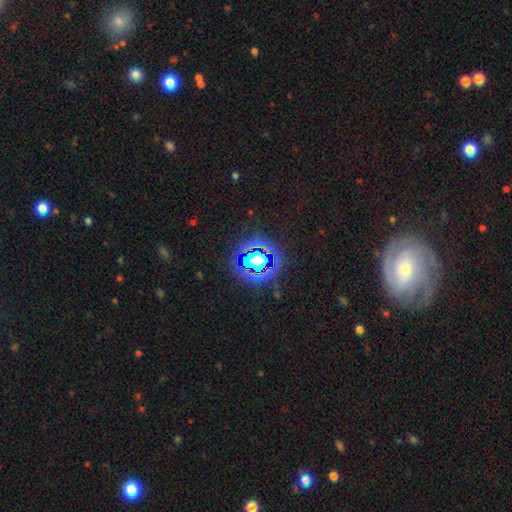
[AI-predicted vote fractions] Smooth or featured: star or artifact — 67% (smooth — 21%)